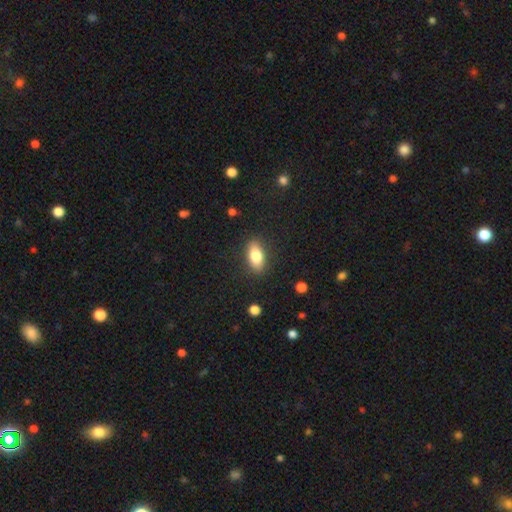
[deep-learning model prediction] smooth_or_featured: smooth (p=0.79) [alt: featured or disk p=0.13]
how_rounded: in between (p=0.86) [alt: cigar-shaped p=0.09]
merging: none (p=0.86) [alt: minor disturbance p=0.10]